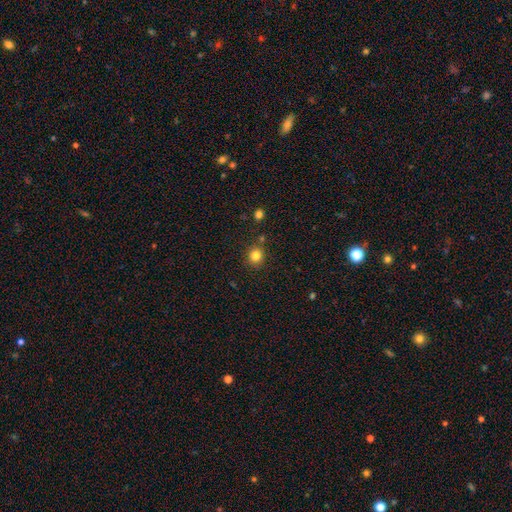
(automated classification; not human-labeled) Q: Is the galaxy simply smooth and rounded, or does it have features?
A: smooth — 82%.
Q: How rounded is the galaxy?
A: round — 85%.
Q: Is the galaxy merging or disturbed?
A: none — 83%.